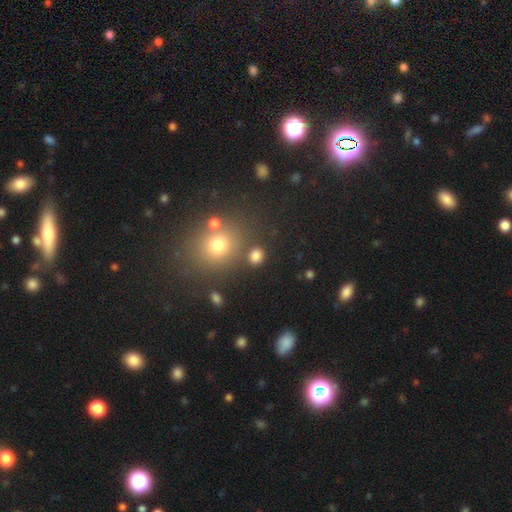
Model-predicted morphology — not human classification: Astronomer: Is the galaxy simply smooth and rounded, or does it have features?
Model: smooth — 80%.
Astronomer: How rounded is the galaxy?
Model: round — 70%.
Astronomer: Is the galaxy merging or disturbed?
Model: none — 78%.